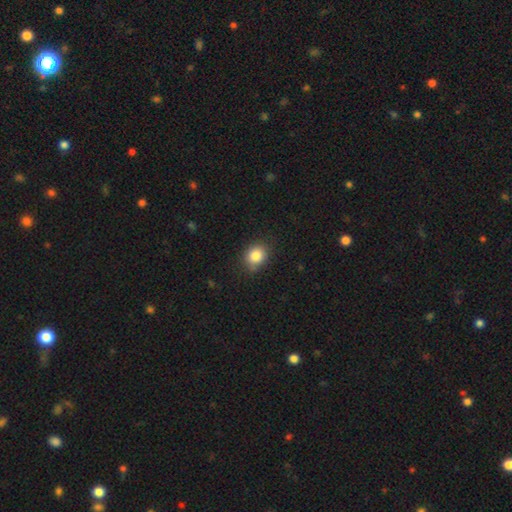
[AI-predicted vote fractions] Q: Smooth or featured?
A: smooth (85%); runner-up: star or artifact (9%)
Q: How rounded?
A: round (58%); runner-up: in between (41%)
Q: Merging?
A: none (81%); runner-up: minor disturbance (15%)